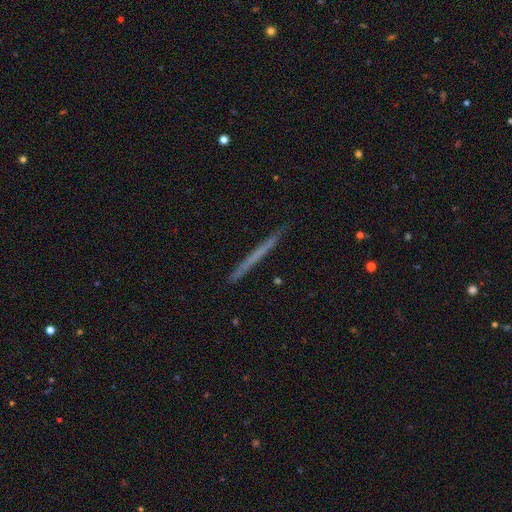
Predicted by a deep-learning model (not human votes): Q: Smooth or featured?
A: smooth (49%); runner-up: featured or disk (45%)
Q: Merging?
A: none (91%); runner-up: minor disturbance (6%)